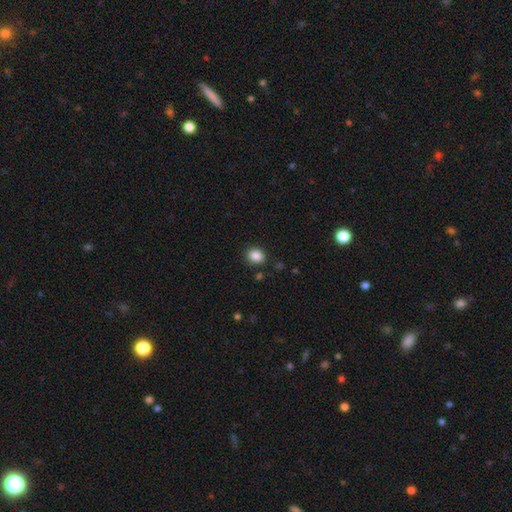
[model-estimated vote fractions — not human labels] Smooth or featured? smooth (87%)
How rounded? round (57%)
Merging? none (87%)